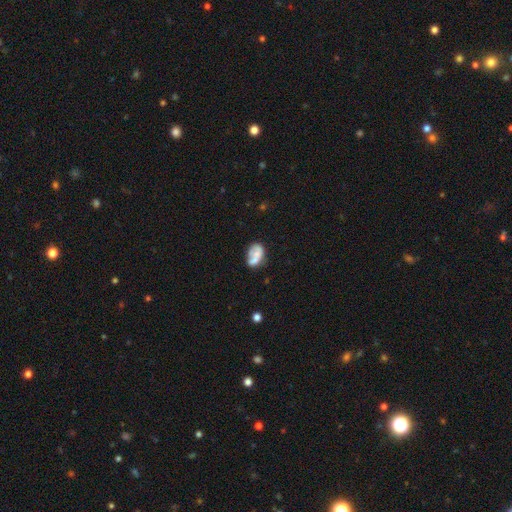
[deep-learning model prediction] smooth-or-featured: smooth: 58% | featured or disk: 33% | star or artifact: 9%
  how-rounded: in between: 83% | round: 15% | cigar-shaped: 2%
  merging: none: 35% | merger: 27% | minor disturbance: 24% | major disturbance: 15%